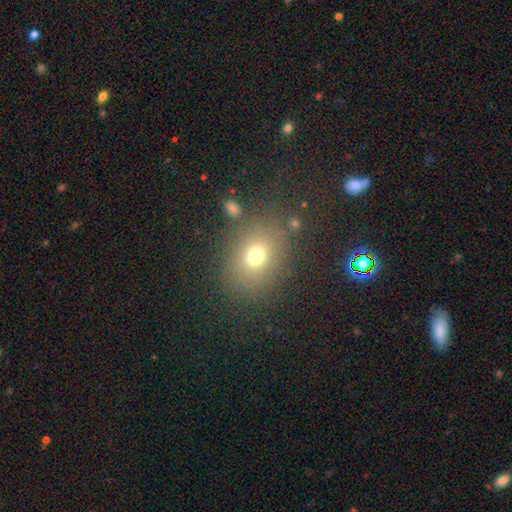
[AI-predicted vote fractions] Smooth or featured?
  - smooth: 72% *
  - star or artifact: 17%
  - featured or disk: 11%
How rounded?
  - round: 50% *
  - in between: 49%
  - cigar-shaped: 1%
Merging?
  - none: 79% *
  - minor disturbance: 11%
  - major disturbance: 6%
  - merger: 4%